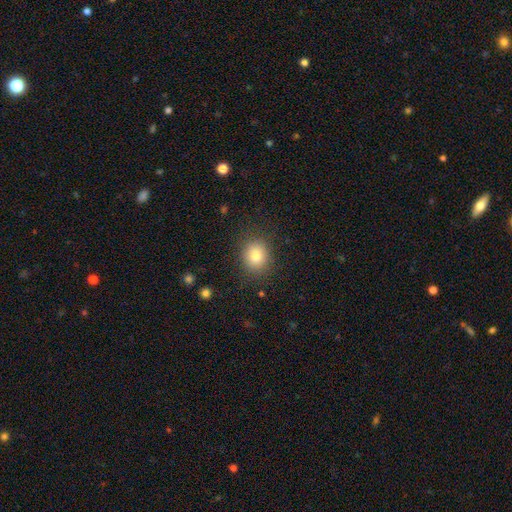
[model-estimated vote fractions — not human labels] Smooth or featured: smooth — 82% (star or artifact — 11%)
How rounded: round — 73% (in between — 27%)
Merging: none — 86% (minor disturbance — 9%)